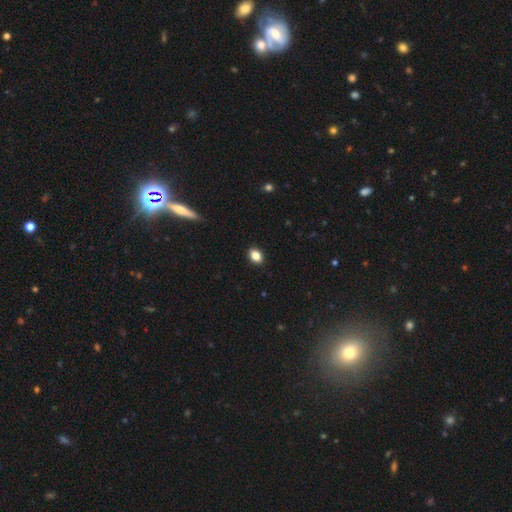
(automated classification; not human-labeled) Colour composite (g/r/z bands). It shows a smooth galaxy with no disk features (86%) that is in between round and cigar-shaped (76%). Merging: none (90%).